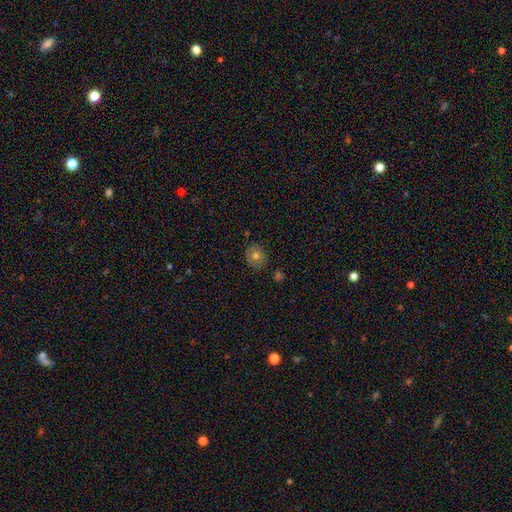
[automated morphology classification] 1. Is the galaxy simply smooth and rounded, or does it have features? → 66% smooth, 23% featured or disk, 11% star or artifact.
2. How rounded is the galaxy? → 69% round, 30% in between, 1% cigar-shaped.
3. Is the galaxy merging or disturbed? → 83% none, 12% minor disturbance, 3% major disturbance, 2% merger.